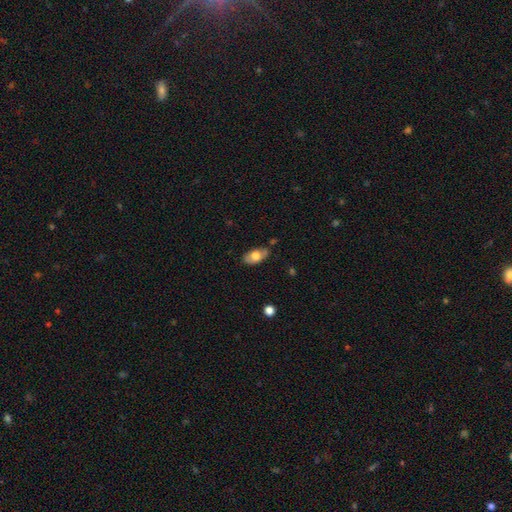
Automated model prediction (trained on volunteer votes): Morphology: type=smooth (67%); roundness=in between (91%); merging=none (70%).